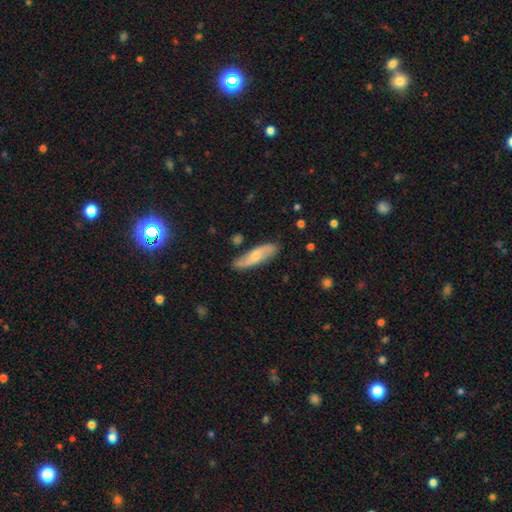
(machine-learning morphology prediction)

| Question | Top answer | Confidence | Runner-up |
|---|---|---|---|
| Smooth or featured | featured or disk | 49% | smooth (45%) |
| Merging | none | 78% | minor disturbance (16%) |